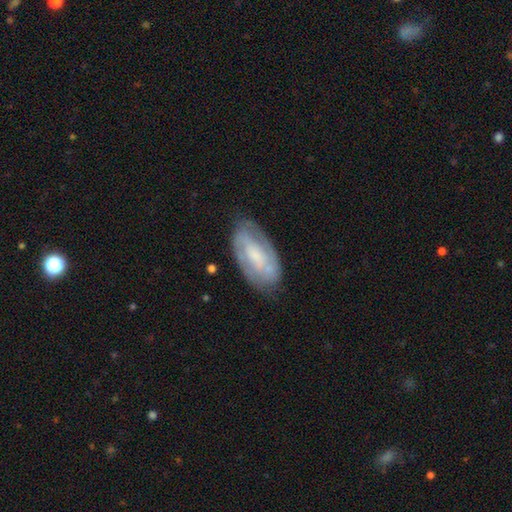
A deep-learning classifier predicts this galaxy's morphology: Smooth or featured: featured or disk — 71% (smooth — 22%)
Edge-on disk: no — 94% (yes — 6%)
Bar: weak — 42% (no — 40%)
Spiral arms: yes — 85% (no — 15%)
Spiral winding: tight — 51% (medium — 37%)
Spiral arm count: 2 — 59% (can't tell — 28%)
Bulge size: small — 49% (moderate — 28%)
Merging: none — 74% (minor disturbance — 18%)